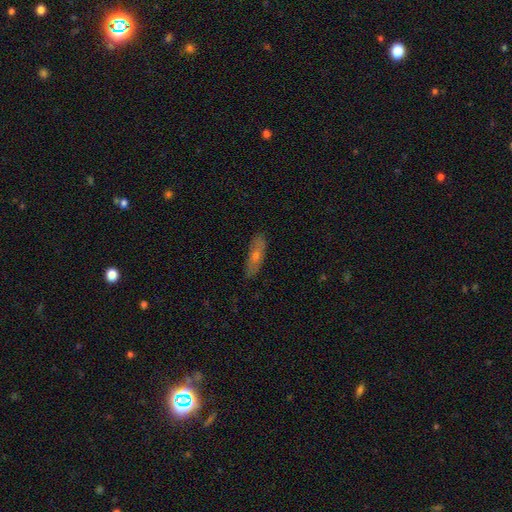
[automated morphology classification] smooth-or-featured: smooth: 52% | featured or disk: 40% | star or artifact: 9%
  how-rounded: cigar-shaped: 51% | in between: 46% | round: 3%
  merging: none: 84% | minor disturbance: 12% | major disturbance: 2% | merger: 1%